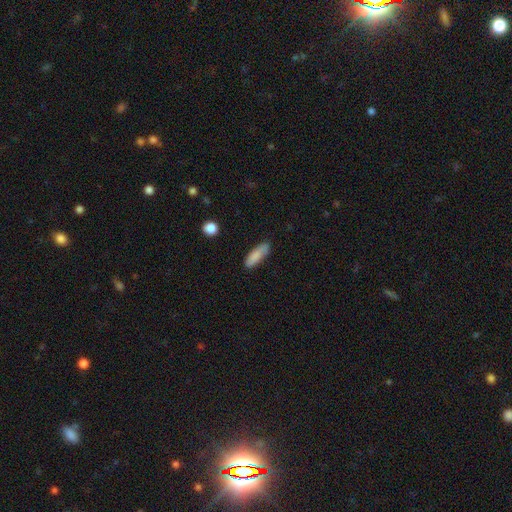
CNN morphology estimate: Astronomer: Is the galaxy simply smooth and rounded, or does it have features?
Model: smooth — 84%.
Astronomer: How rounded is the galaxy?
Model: in between — 55% (runner-up: cigar-shaped, 43%).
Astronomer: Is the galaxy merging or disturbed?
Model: none — 74%.